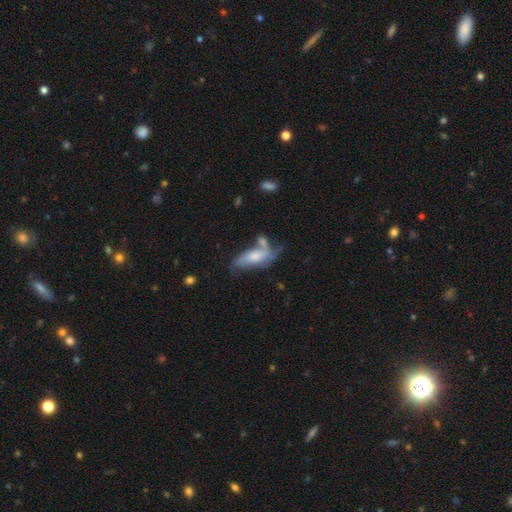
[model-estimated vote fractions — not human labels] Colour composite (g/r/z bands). It shows a smooth galaxy with no disk features (50%). Merging: none (33%).